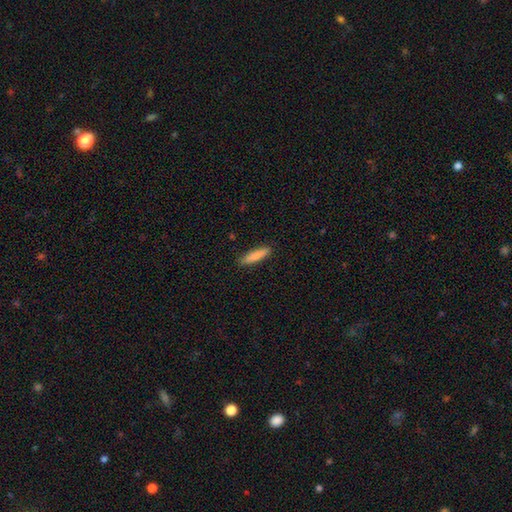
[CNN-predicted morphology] This appears to be a smooth galaxy with no disk features (85%) that is cigar-shaped (80%). Merging: none (89%).